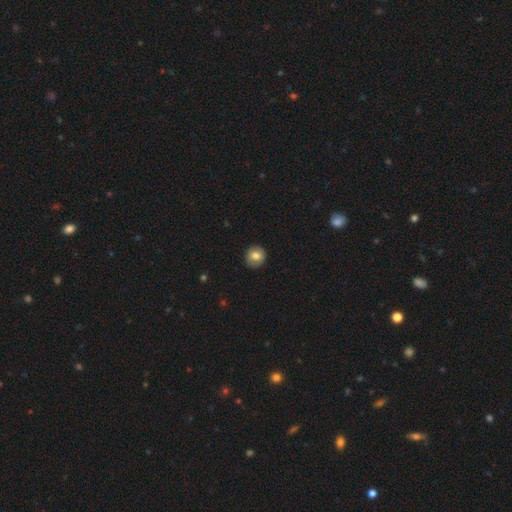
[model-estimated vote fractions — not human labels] A smooth galaxy with no disk features (76%) that is round (88%).

Vote fractions:
- Smooth or featured? smooth: 76% / featured or disk: 16% / star or artifact: 8%
- How rounded? round: 88% / in between: 11% / cigar-shaped: 1%
- Merging? none: 88% / minor disturbance: 9% / major disturbance: 2% / merger: 1%